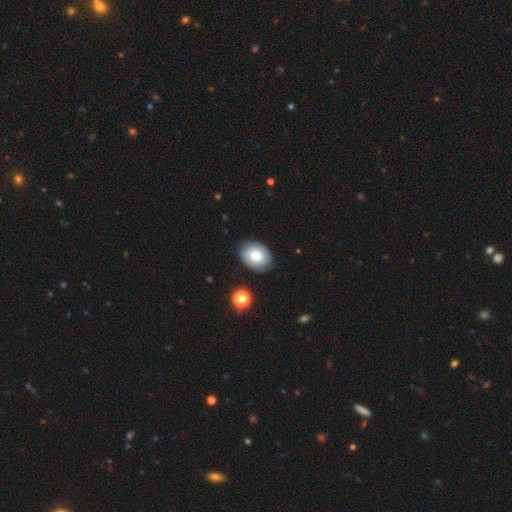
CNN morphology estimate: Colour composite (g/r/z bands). It shows a smooth galaxy with no disk features (81%) that is in between round and cigar-shaped (63%). Merging: none (84%).